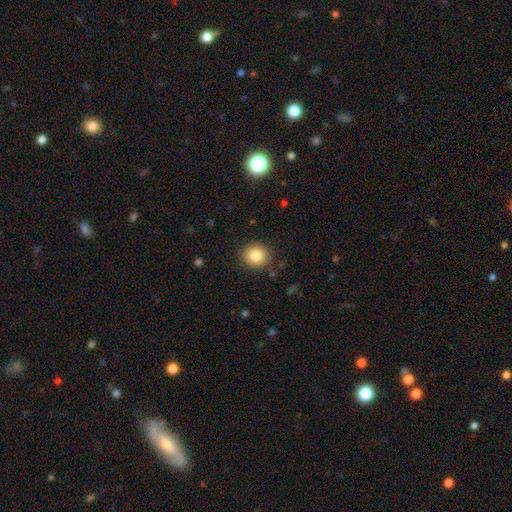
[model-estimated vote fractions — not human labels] Smooth or featured? Predicted: smooth (p=0.84). How rounded? Predicted: round (p=0.88). Merging? Predicted: none (p=0.89).